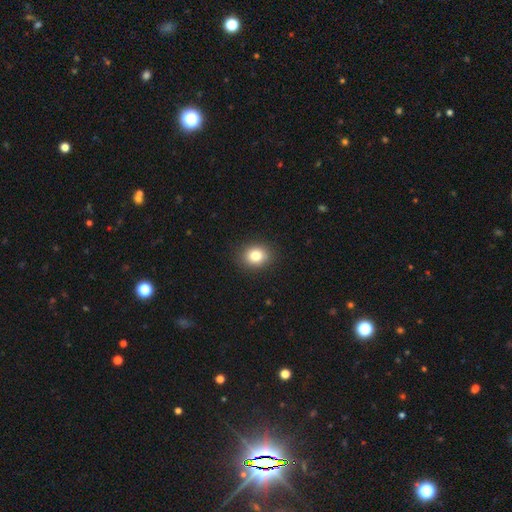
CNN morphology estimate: Overall: smooth (82%). How rounded: round (63%; in between 36%). Merging: none (90%).